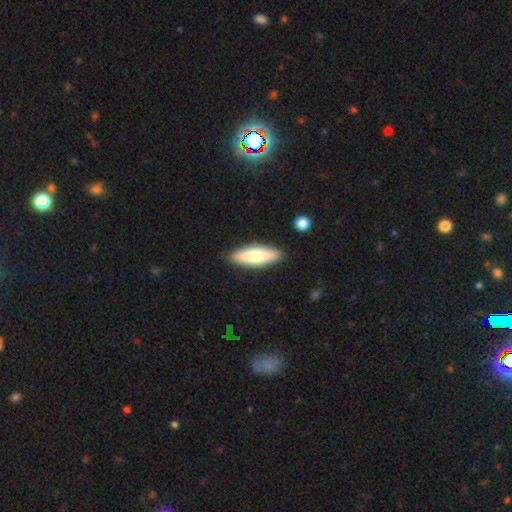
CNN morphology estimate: Smooth or featured? smooth (72%)
How rounded? in between (53%)
Merging? none (87%)